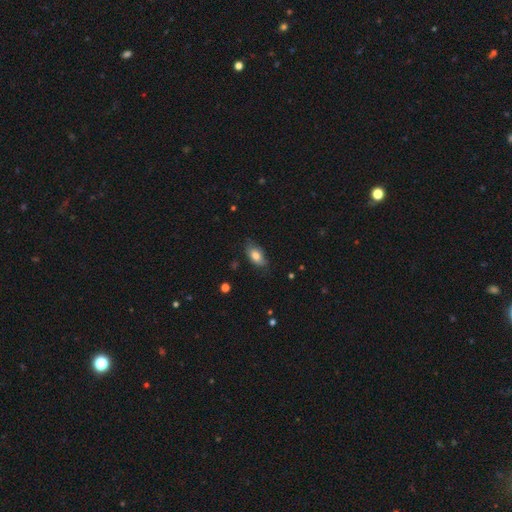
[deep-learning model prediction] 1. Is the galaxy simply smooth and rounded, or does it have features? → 78% smooth, 14% featured or disk, 7% star or artifact.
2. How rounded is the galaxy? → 90% in between, 6% round, 4% cigar-shaped.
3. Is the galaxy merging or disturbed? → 72% none, 22% minor disturbance, 4% major disturbance, 1% merger.